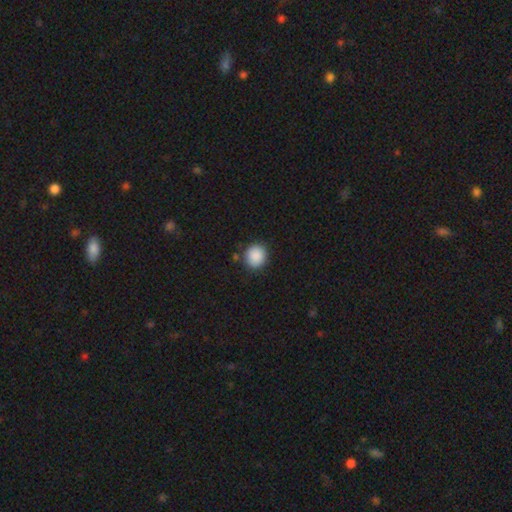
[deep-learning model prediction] Smooth or featured? smooth (89%)
How rounded? round (82%)
Merging? none (86%)